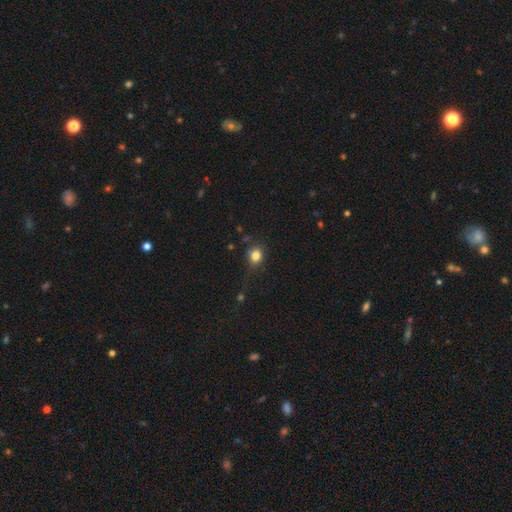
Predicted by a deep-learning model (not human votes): Smooth or featured? Predicted: smooth (p=0.82). How rounded? Predicted: round (p=0.66). Merging? Predicted: none (p=0.66).